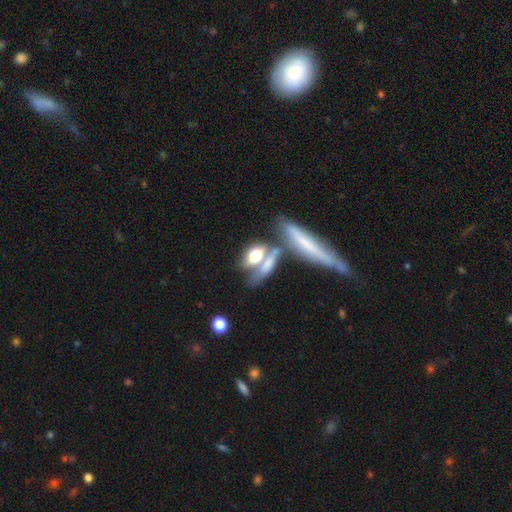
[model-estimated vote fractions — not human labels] Overall: smooth (61%; featured or disk 30%). How rounded: in between (66%). Merging: merger (44%; none 36%).